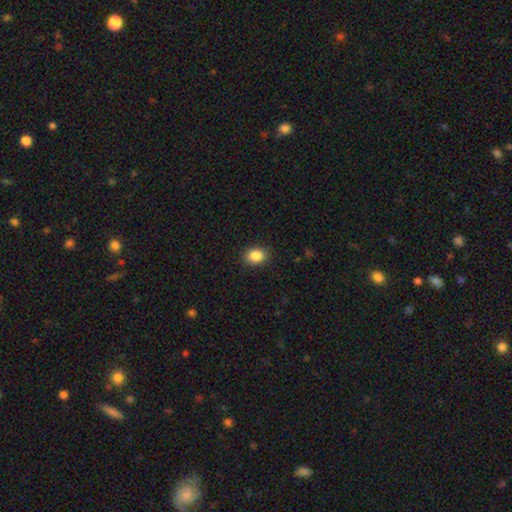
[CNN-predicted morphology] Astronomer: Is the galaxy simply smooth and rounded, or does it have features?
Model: smooth — 87%.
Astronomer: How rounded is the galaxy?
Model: in between — 64%.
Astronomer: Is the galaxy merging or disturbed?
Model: none — 89%.